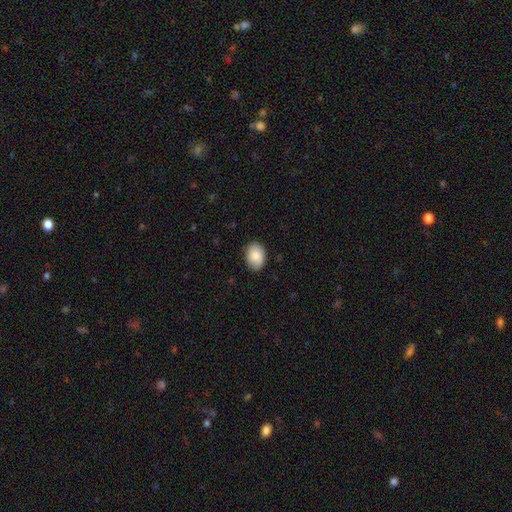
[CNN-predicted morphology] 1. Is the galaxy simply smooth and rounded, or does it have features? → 85% smooth, 8% featured or disk, 7% star or artifact.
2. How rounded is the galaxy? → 77% in between, 22% round, 1% cigar-shaped.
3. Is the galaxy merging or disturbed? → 84% none, 13% minor disturbance, 2% major disturbance, 1% merger.